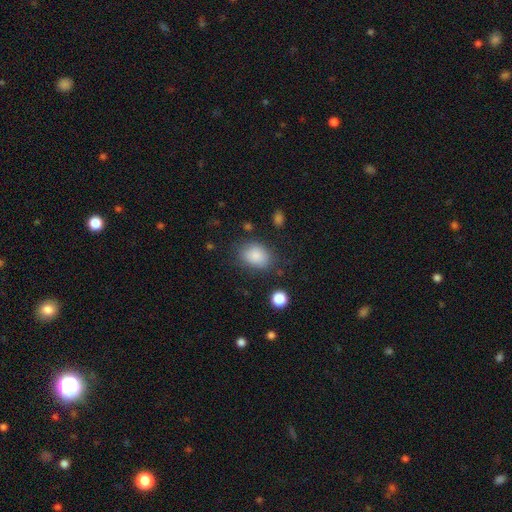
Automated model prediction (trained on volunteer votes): This is clearly a smooth galaxy (85%). How rounded: likely in between (69%). Merging: likely none (74%).